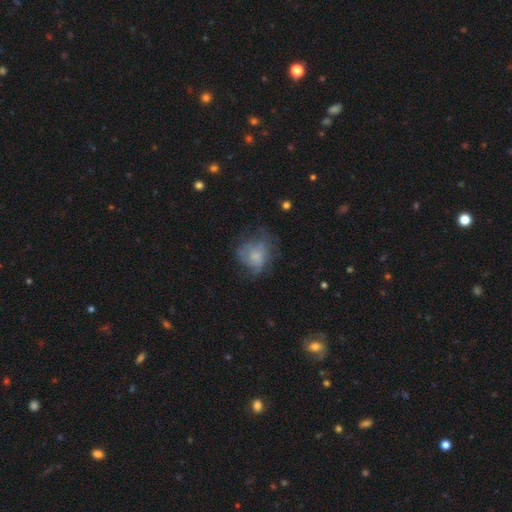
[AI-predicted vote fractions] Smooth or featured? smooth (45%)
Merging? none (42%)